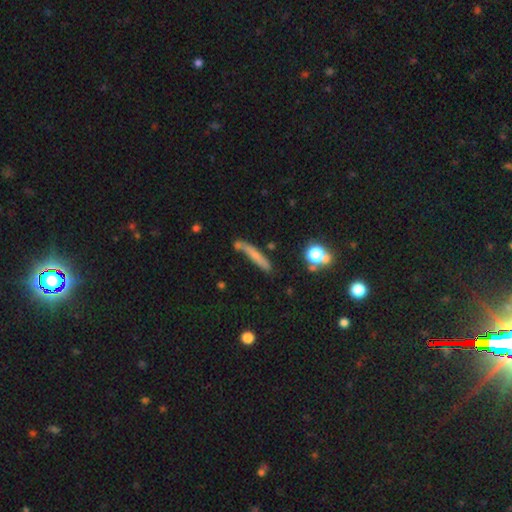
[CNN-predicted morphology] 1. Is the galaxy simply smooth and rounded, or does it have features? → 64% smooth, 25% featured or disk, 11% star or artifact.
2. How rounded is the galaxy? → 88% cigar-shaped, 8% in between, 4% round.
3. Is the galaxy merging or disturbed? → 62% none, 19% minor disturbance, 11% merger, 8% major disturbance.